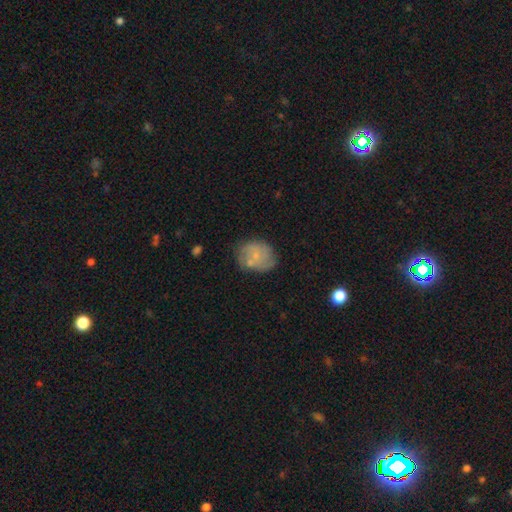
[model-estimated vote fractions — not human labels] smooth-or-featured: smooth: 47% | featured or disk: 45% | star or artifact: 8%
  merging: none: 58% | minor disturbance: 25% | major disturbance: 9% | merger: 9%